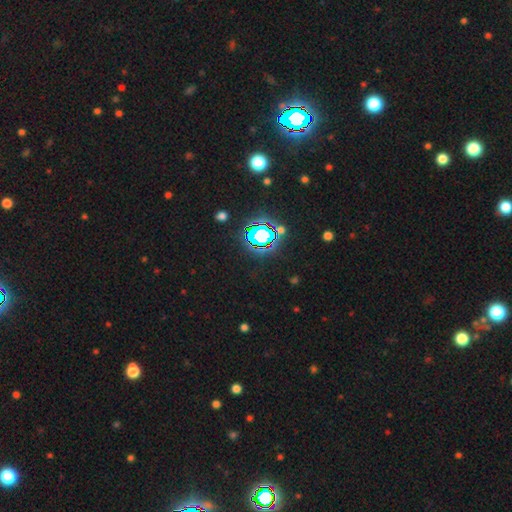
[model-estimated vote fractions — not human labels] The model was most divided on "smooth or featured": star or artifact: 81%, smooth: 11%, featured or disk: 7%.